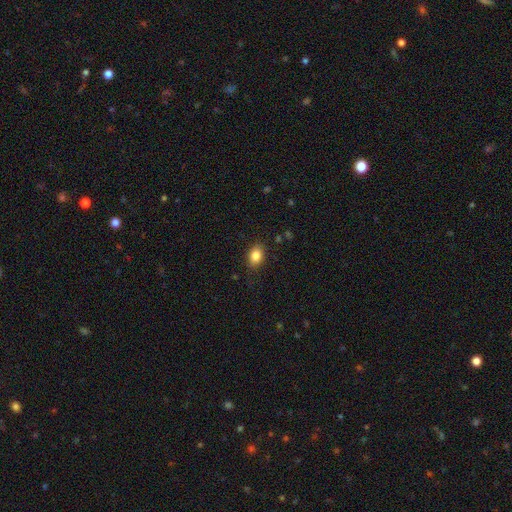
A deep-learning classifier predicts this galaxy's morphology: smooth-or-featured: smooth: 85% | star or artifact: 9% | featured or disk: 6%
  how-rounded: in between: 76% | round: 23% | cigar-shaped: 1%
  merging: none: 84% | minor disturbance: 12% | major disturbance: 3% | merger: 1%